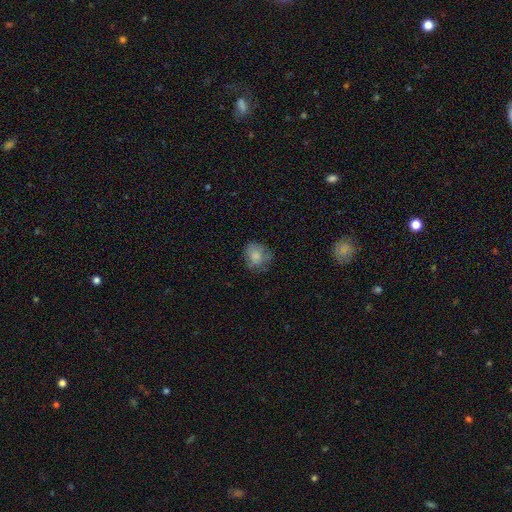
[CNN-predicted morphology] Q: Smooth or featured?
A: smooth (78%); runner-up: featured or disk (13%)
Q: How rounded?
A: round (72%); runner-up: in between (27%)
Q: Merging?
A: none (65%); runner-up: minor disturbance (24%)